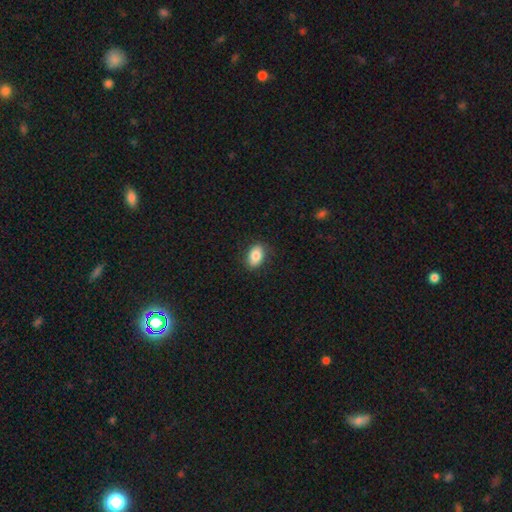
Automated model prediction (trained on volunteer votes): smooth_or_featured: smooth (p=0.83) [alt: featured or disk p=0.09]
how_rounded: in between (p=0.87) [alt: round p=0.11]
merging: none (p=0.84) [alt: minor disturbance p=0.12]